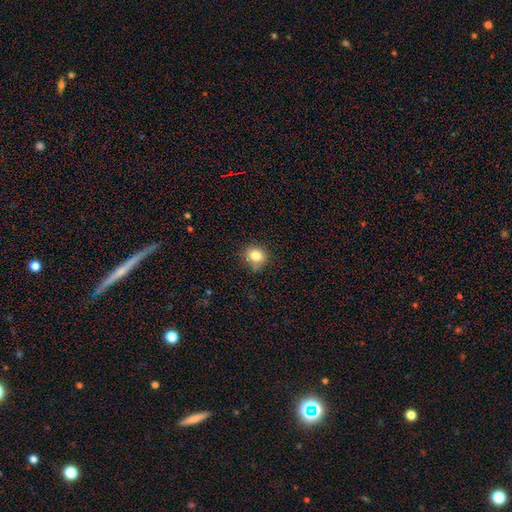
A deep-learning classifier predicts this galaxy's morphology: This appears to be a smooth galaxy with no disk features (82%) that is round (75%). Merging: none (78%).